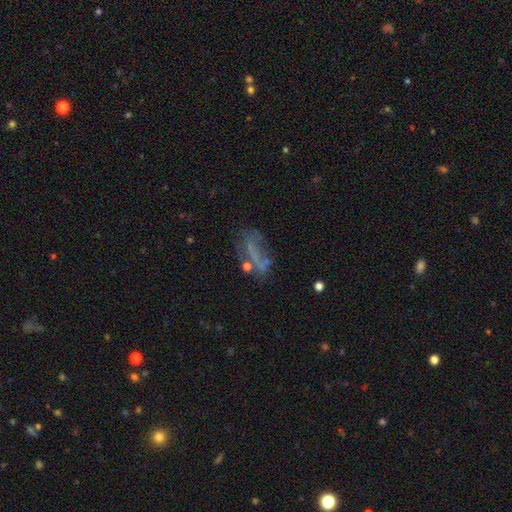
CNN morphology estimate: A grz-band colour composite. It shows a featured or disk galaxy (42%). Merging: none (45%).